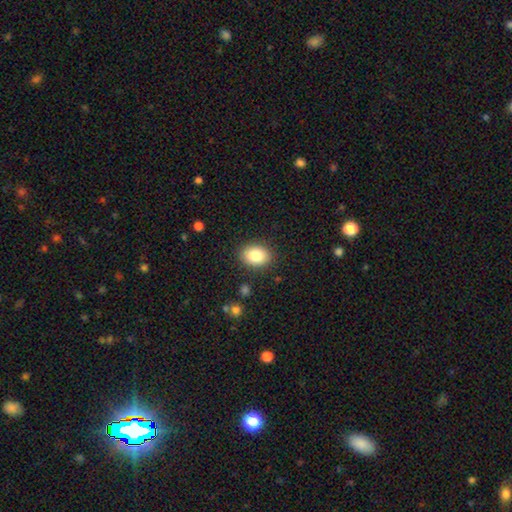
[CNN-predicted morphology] Smooth or featured: smooth — 83% (featured or disk — 9%)
How rounded: in between — 68% (round — 31%)
Merging: none — 88% (minor disturbance — 8%)